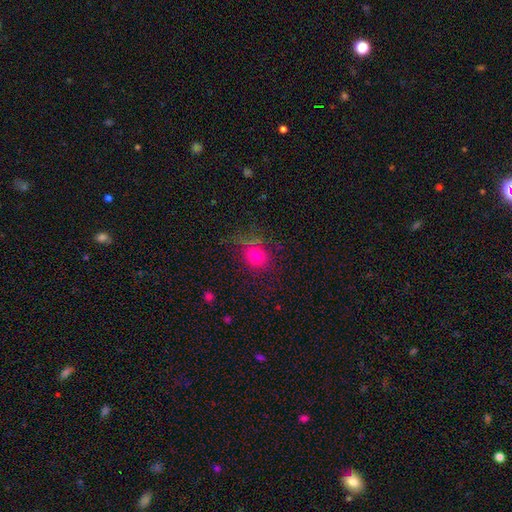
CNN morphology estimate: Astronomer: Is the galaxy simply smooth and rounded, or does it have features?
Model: smooth — 76%.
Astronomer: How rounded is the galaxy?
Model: round — 76%.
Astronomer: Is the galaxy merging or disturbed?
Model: none — 73%.